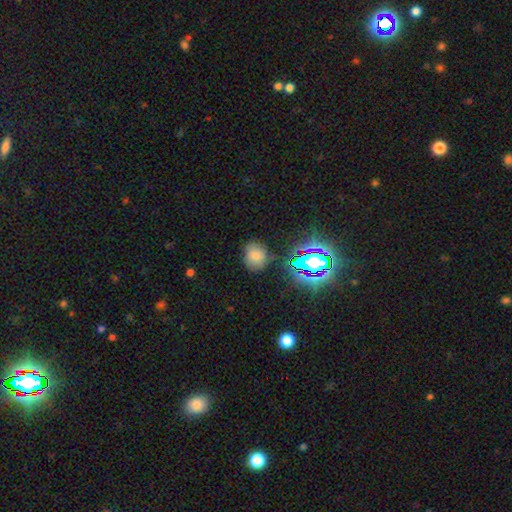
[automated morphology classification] smooth 60%, star or artifact 27%, featured or disk 13%. Down the decision tree: how rounded — round (58%); merging — none (79%).